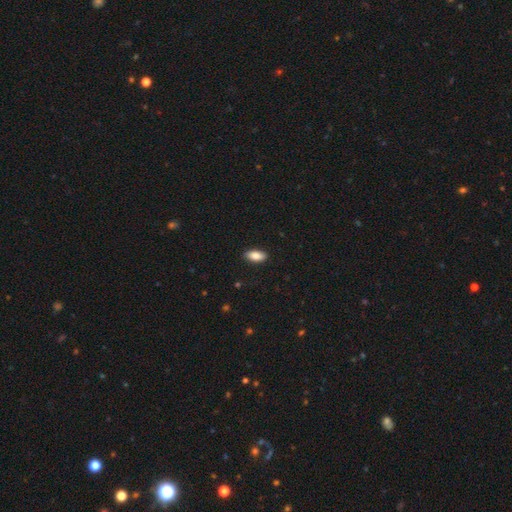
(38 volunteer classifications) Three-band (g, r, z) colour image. It shows a smooth galaxy with no disk features (92%) that is in between round and cigar-shaped (94%). Merging: none (94%).